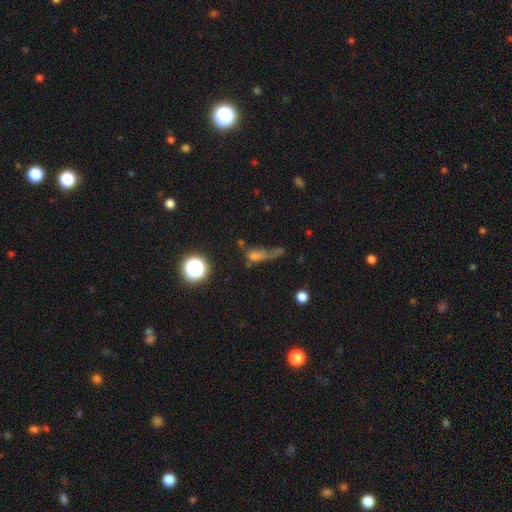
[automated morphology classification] Smooth or featured?
  - smooth: 48% *
  - star or artifact: 29%
  - featured or disk: 23%
Merging?
  - major disturbance: 37% *
  - none: 30%
  - minor disturbance: 18%
  - merger: 15%